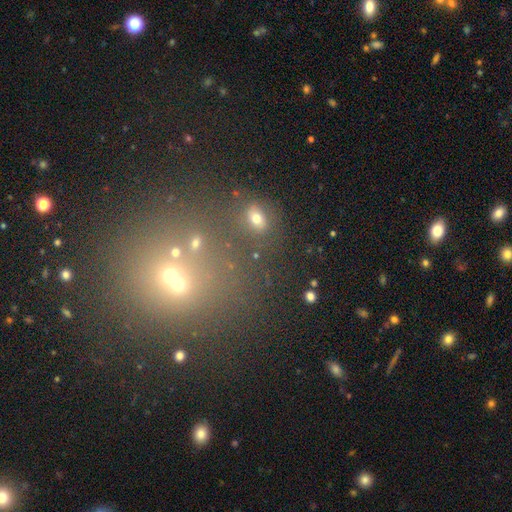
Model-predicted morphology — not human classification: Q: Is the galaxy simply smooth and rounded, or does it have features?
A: smooth — 49%.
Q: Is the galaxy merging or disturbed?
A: none — 63%.